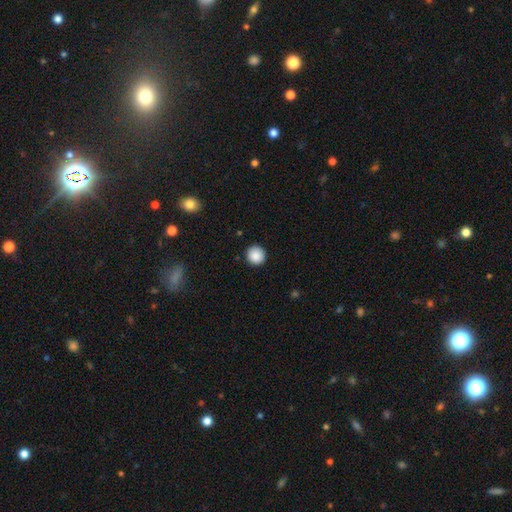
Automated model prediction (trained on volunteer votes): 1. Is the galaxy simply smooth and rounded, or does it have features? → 88% smooth, 9% star or artifact, 3% featured or disk.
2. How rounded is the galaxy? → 94% round, 5% in between, 1% cigar-shaped.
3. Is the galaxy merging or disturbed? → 91% none, 6% minor disturbance, 2% major disturbance, 1% merger.